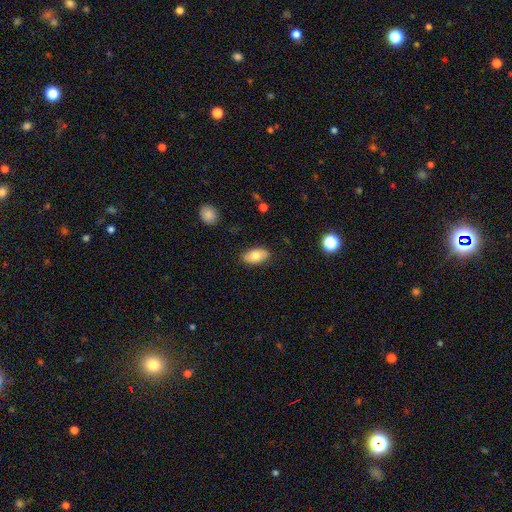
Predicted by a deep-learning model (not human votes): Smooth or featured? smooth (76%)
How rounded? in between (93%)
Merging? none (86%)